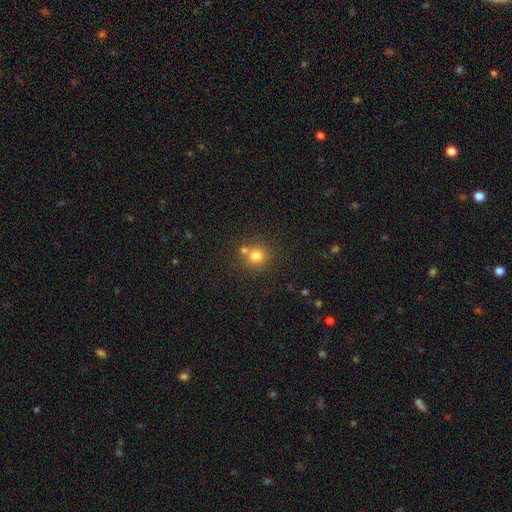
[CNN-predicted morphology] This appears to be a smooth galaxy with no disk features (78%) that is round (92%). Merging: none (66%).